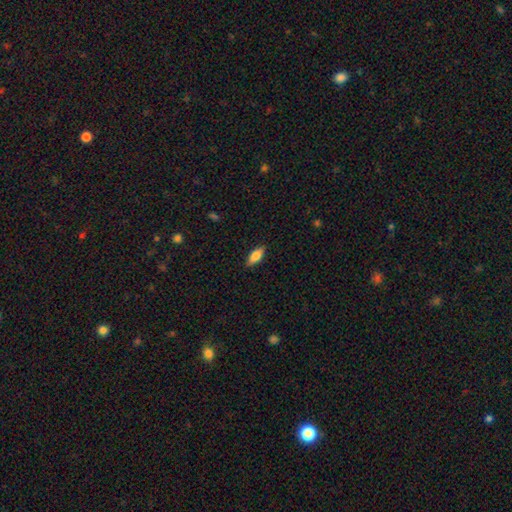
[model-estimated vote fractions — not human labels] Smooth or featured? smooth (78%)
How rounded? in between (77%)
Merging? none (87%)